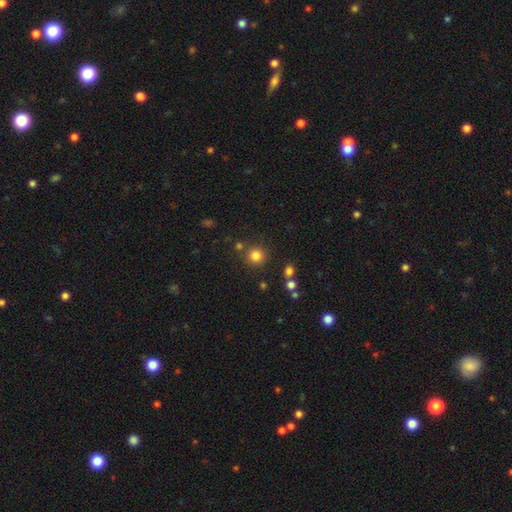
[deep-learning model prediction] This is clearly a smooth galaxy (81%). How rounded: clearly round (94%). Merging: clearly none (83%).